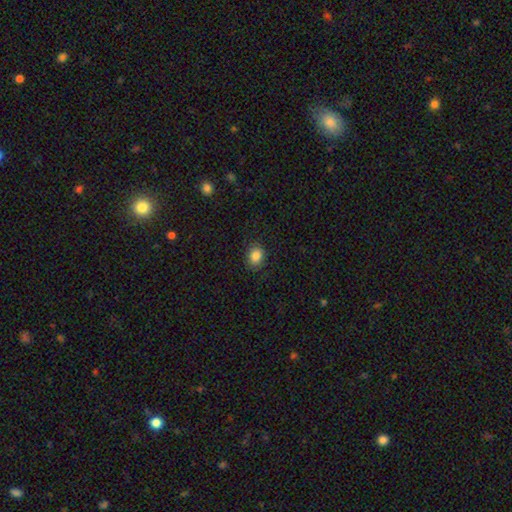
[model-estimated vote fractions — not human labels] smooth 85%, star or artifact 10%, featured or disk 5%. Down the decision tree: how rounded — in between (54%); merging — none (86%).